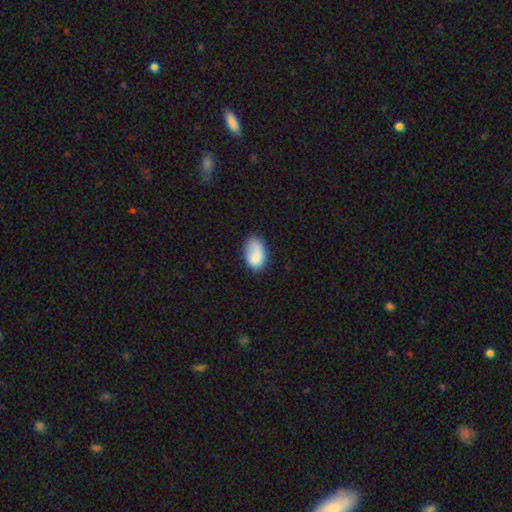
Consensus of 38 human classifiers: A smooth galaxy with no disk features (76%) that is in between round and cigar-shaped (93%).

Vote fractions:
- Smooth or featured? smooth: 76% / featured or disk: 13% / star or artifact: 11%
- How rounded? in between: 93% / round: 3% / cigar-shaped: 3%
- Merging? none: 44% (tied) / minor disturbance: 44% (tied) / major disturbance: 12% / merger: 0%